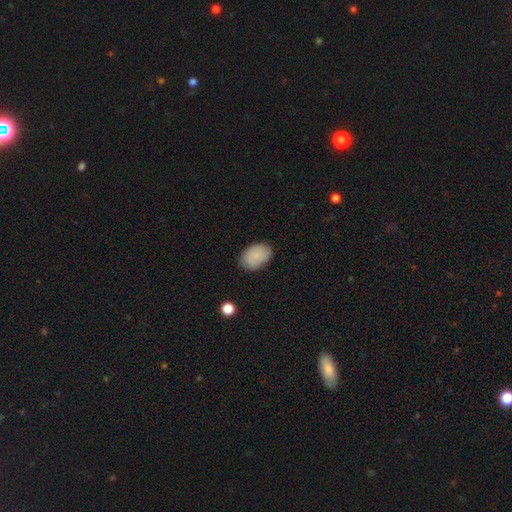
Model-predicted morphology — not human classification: Smooth or featured? Predicted: smooth (p=0.84). How rounded? Predicted: in between (p=0.85). Merging? Predicted: none (p=0.83).